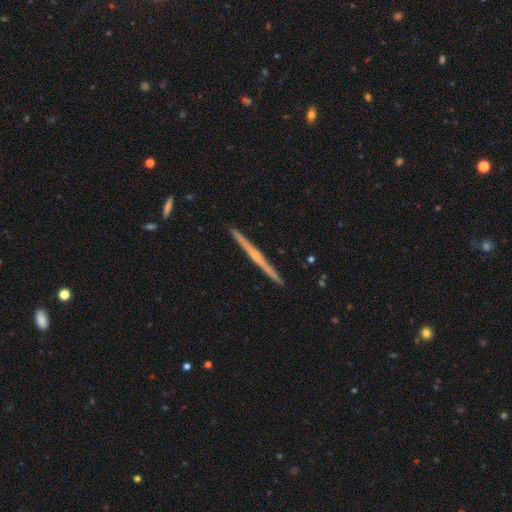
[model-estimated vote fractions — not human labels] Smooth or featured? Predicted: featured or disk (p=0.78). Edge-on disk? Predicted: yes (p=0.99). Edge-on bulge? Predicted: rounded (p=0.63). Merging? Predicted: none (p=0.93).